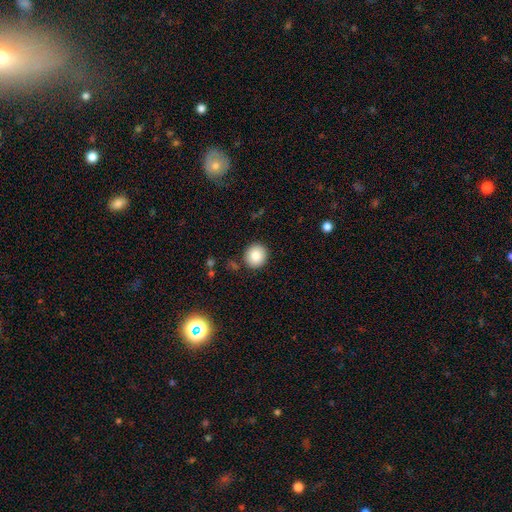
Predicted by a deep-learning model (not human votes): Morphology: type=smooth (86%); roundness=round (89%); merging=none (89%).